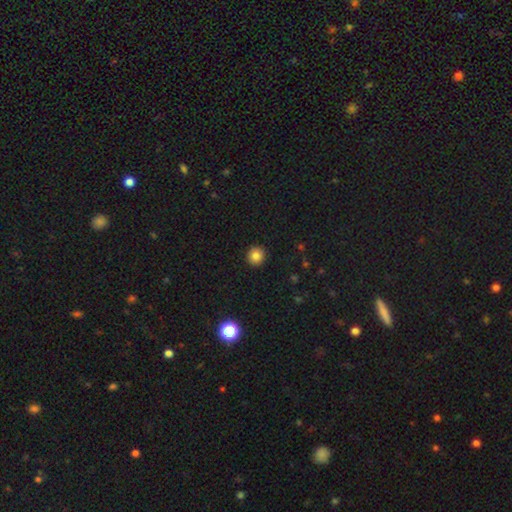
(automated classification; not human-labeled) Q: Smooth or featured?
A: smooth (84%); runner-up: star or artifact (11%)
Q: How rounded?
A: round (91%); runner-up: in between (8%)
Q: Merging?
A: none (92%); runner-up: minor disturbance (5%)